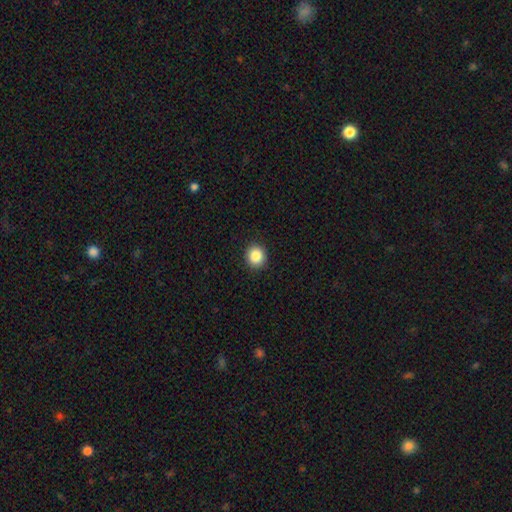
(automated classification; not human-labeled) A smooth galaxy with no disk features (87%) that is round (85%).

Vote fractions:
- Smooth or featured? smooth: 87% / star or artifact: 9% / featured or disk: 4%
- How rounded? round: 85% / in between: 14% / cigar-shaped: 1%
- Merging? none: 92% / minor disturbance: 5% / major disturbance: 2% / merger: 1%